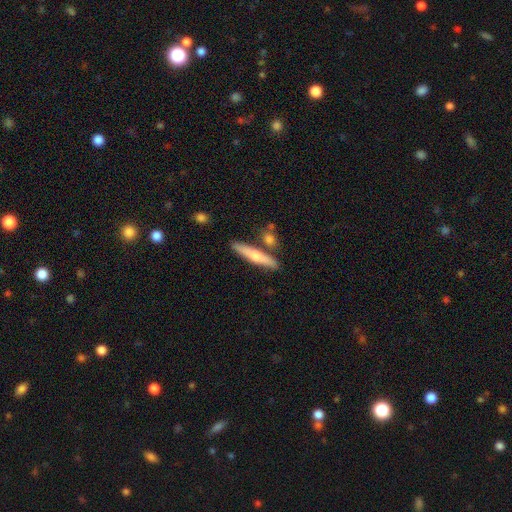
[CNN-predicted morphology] smooth-or-featured: smooth: 57% | featured or disk: 37% | star or artifact: 5%
  how-rounded: cigar-shaped: 88% | in between: 10% | round: 2%
  merging: none: 78% | minor disturbance: 10% | merger: 10% | major disturbance: 2%